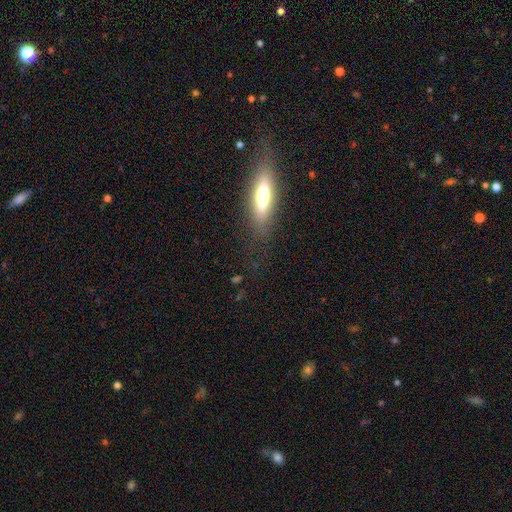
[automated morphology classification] smooth_or_featured: smooth (p=0.51) [alt: featured or disk p=0.39]
how_rounded: cigar-shaped (p=0.68) [alt: in between p=0.29]
merging: none (p=0.78) [alt: minor disturbance p=0.15]